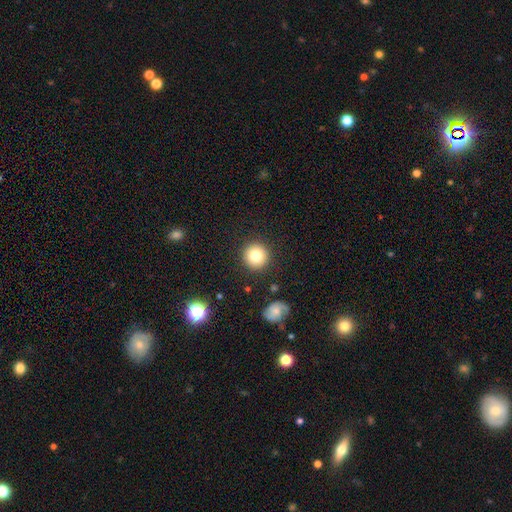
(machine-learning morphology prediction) smooth-or-featured: smooth: 80% | featured or disk: 10% | star or artifact: 10%
  how-rounded: round: 95% | in between: 4% | cigar-shaped: 1%
  merging: none: 90% | minor disturbance: 6% | major disturbance: 2% | merger: 2%